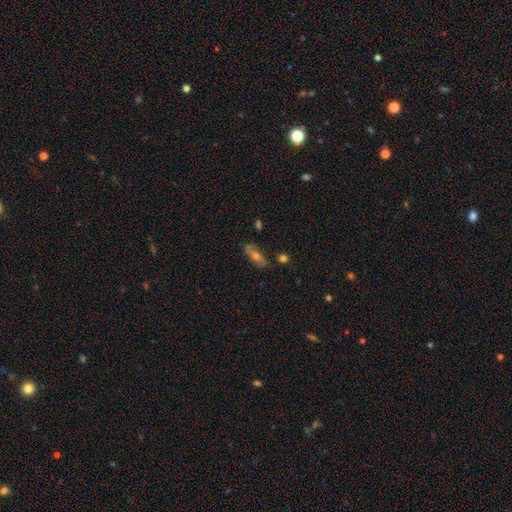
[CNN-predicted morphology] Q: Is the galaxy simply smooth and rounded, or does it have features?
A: smooth — 44%, tied with featured or disk.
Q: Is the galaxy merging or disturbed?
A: none — 75%.